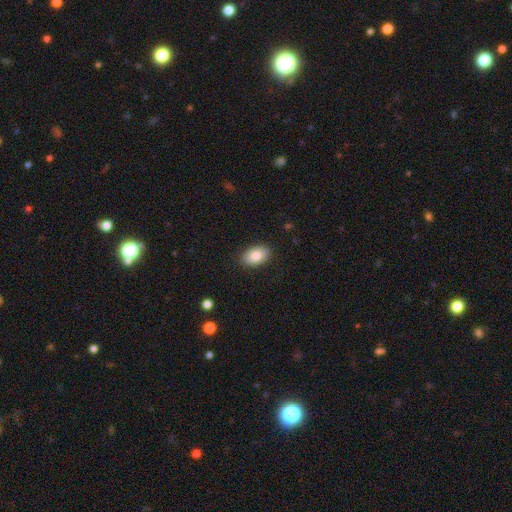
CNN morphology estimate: A smooth galaxy with no disk features (85%) that is in between round and cigar-shaped (91%).

Vote fractions:
- Smooth or featured? smooth: 85% / featured or disk: 8% / star or artifact: 7%
- How rounded? in between: 91% / round: 7% / cigar-shaped: 1%
- Merging? none: 87% / minor disturbance: 9% / major disturbance: 2% / merger: 1%